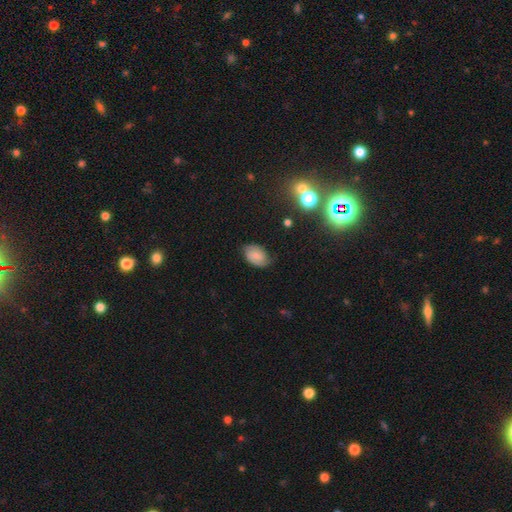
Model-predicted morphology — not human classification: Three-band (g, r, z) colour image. It shows a smooth galaxy with no disk features (56%) that is in between round and cigar-shaped (86%). Merging: none (73%).